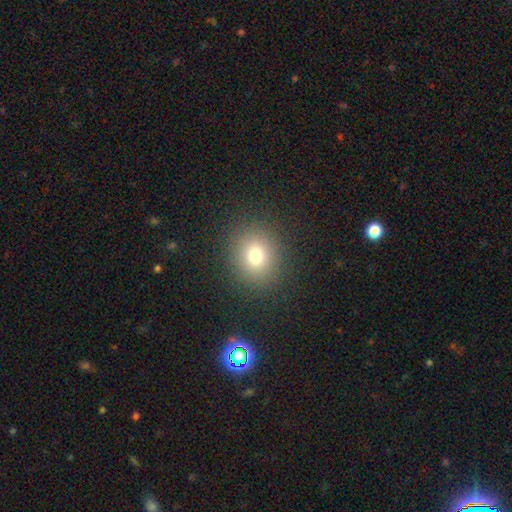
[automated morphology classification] Smooth or featured? Predicted: smooth (p=0.75). How rounded? Predicted: round (p=0.79). Merging? Predicted: none (p=0.89).